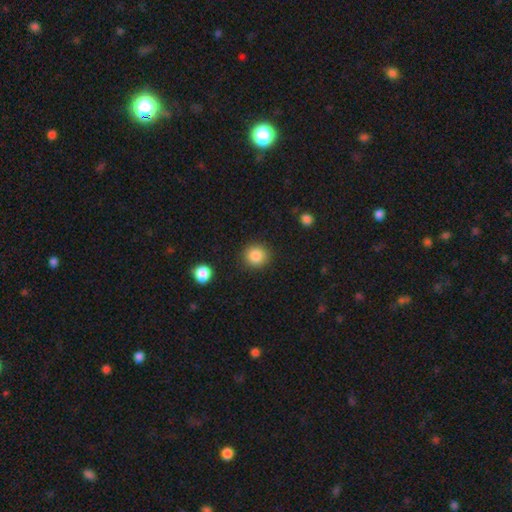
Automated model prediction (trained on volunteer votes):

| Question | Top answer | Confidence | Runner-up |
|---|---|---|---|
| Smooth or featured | smooth | 86% | star or artifact (10%) |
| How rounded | round | 91% | in between (8%) |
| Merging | none | 88% | minor disturbance (7%) |